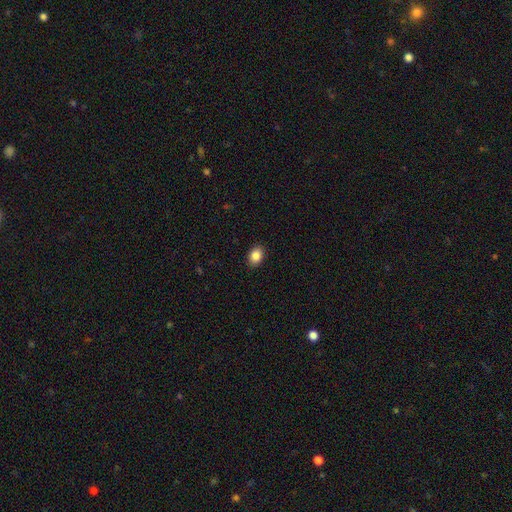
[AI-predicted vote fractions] Smooth or featured? smooth (87%)
How rounded? in between (73%)
Merging? none (90%)